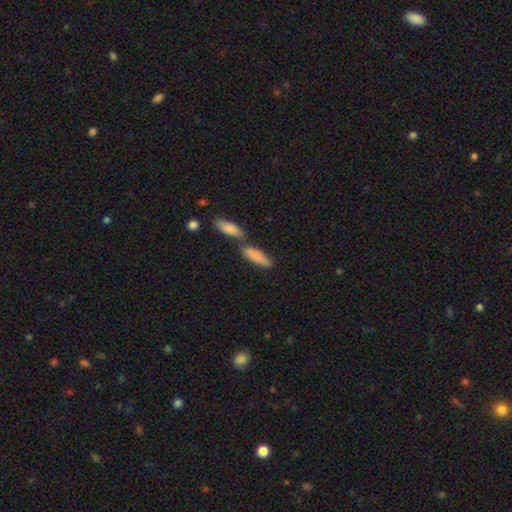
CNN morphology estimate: Overall: smooth (82%). How rounded: cigar-shaped (52%; in between 46%). Merging: none (45%; merger 39%).